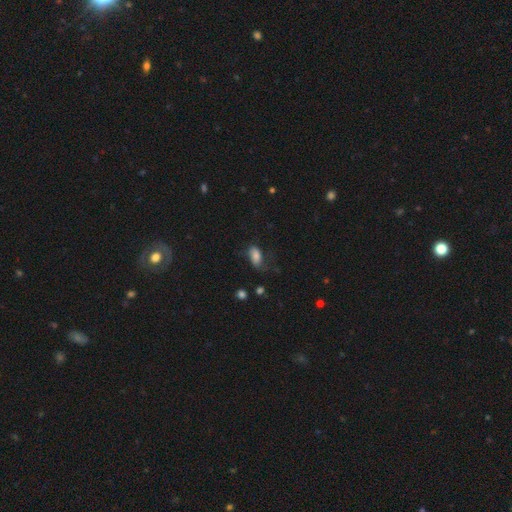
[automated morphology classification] This appears to be a smooth galaxy with no disk features (72%) that is in between round and cigar-shaped (89%). Merging: none (47%).